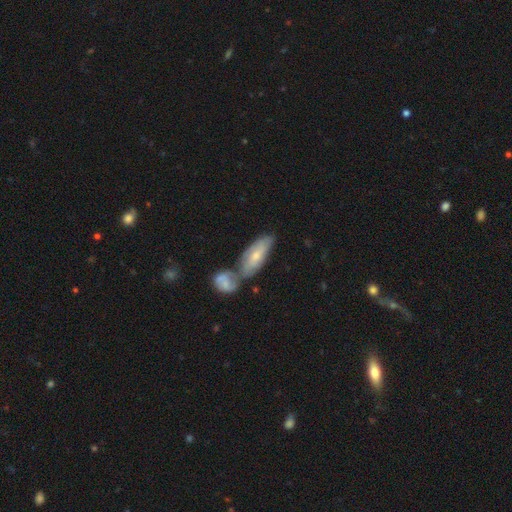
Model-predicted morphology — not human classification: This is possibly a smooth galaxy (51%). How rounded: likely in between (73%). Merging: possibly merger (46%).